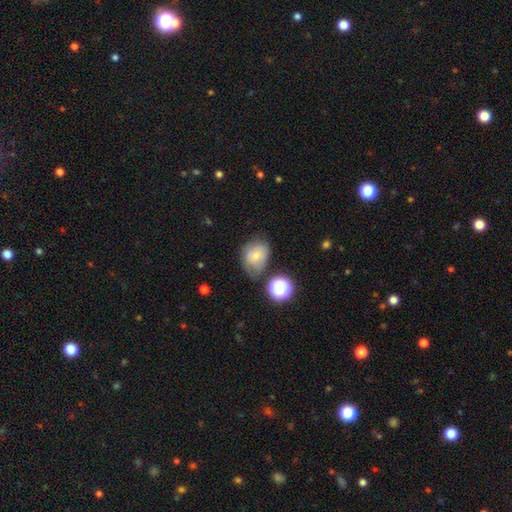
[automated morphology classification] Smooth or featured? Predicted: smooth (p=0.56). How rounded? Predicted: round (p=0.50). Merging? Predicted: none (p=0.67).